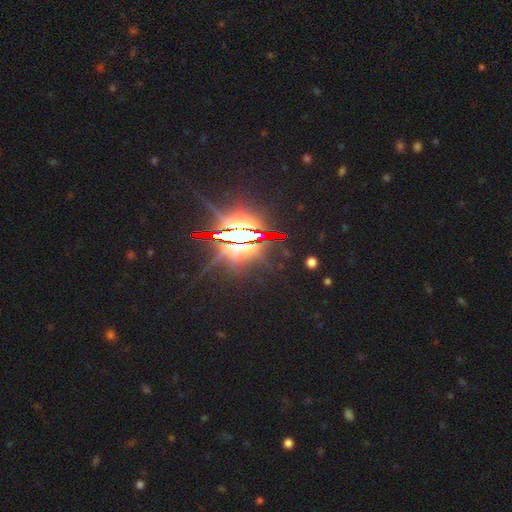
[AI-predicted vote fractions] The model was most divided on "smooth or featured": star or artifact: 85%, featured or disk: 9%, smooth: 5%.